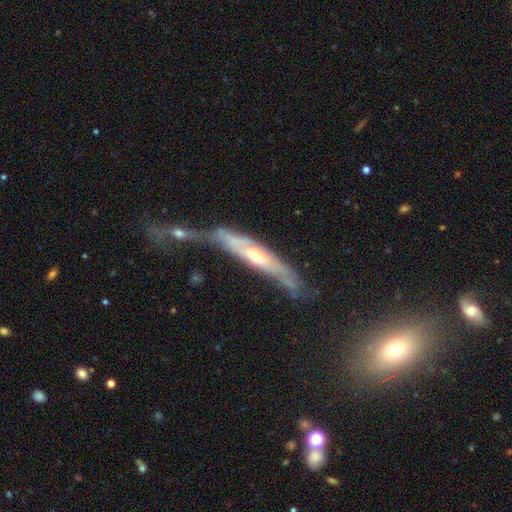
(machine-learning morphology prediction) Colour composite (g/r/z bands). It shows a featured or disk galaxy (74%) viewed edge-on (59%). Merging: none (29%).